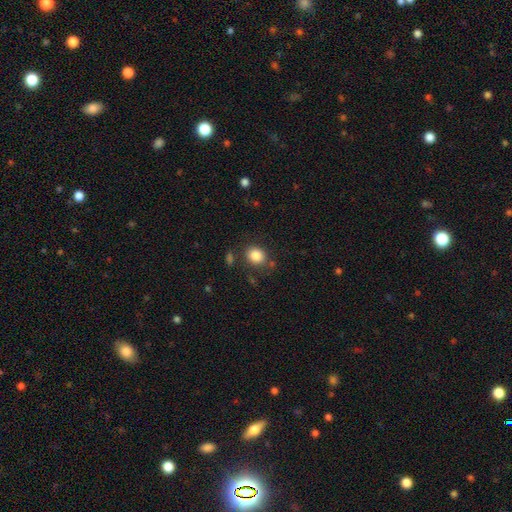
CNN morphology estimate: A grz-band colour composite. It shows a smooth galaxy with no disk features (85%) that is round (67%). Merging: none (79%).